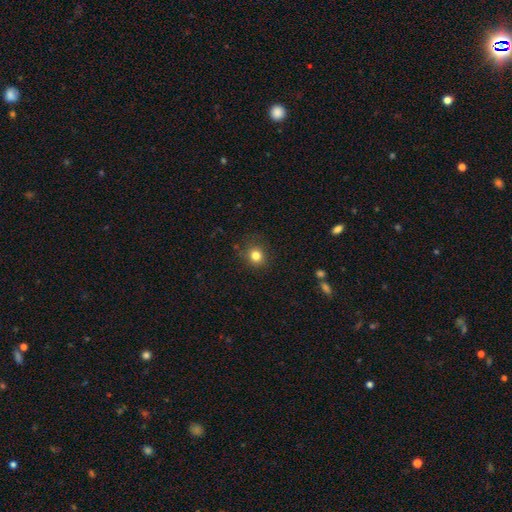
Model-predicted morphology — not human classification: A smooth galaxy with no disk features (82%) that is round (84%). Merging: none (83%).